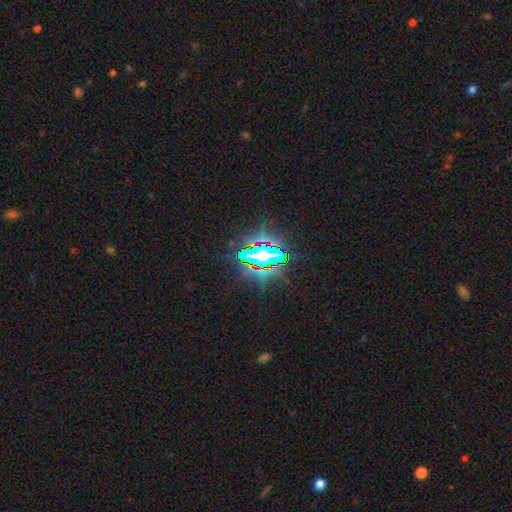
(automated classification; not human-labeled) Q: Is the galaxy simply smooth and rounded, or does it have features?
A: star or artifact — 75%.